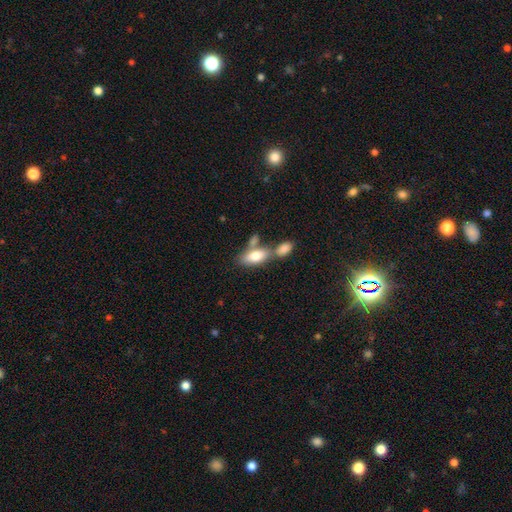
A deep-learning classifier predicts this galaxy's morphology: Smooth or featured: smooth — 77% (featured or disk — 16%)
How rounded: in between — 84% (cigar-shaped — 12%)
Merging: merger — 46% (none — 38%)